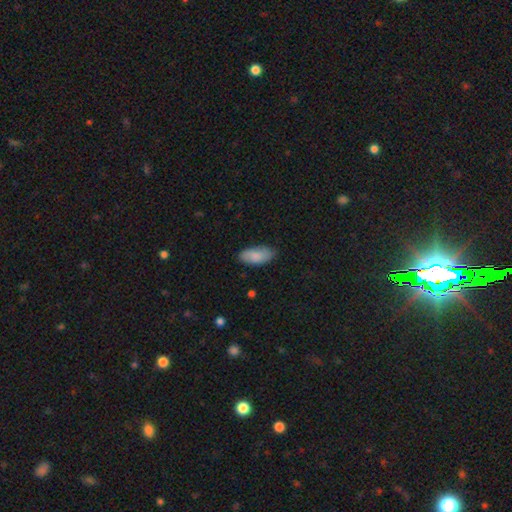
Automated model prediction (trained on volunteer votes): Smooth or featured? smooth (82%)
How rounded? in between (92%)
Merging? none (78%)